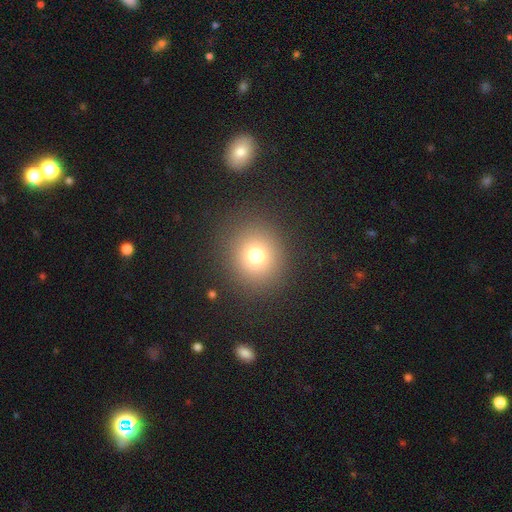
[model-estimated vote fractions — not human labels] The model was most divided on "smooth or featured": smooth: 74%, star or artifact: 17%, featured or disk: 9%. More confident: merging — none (88%); how rounded — round (88%).